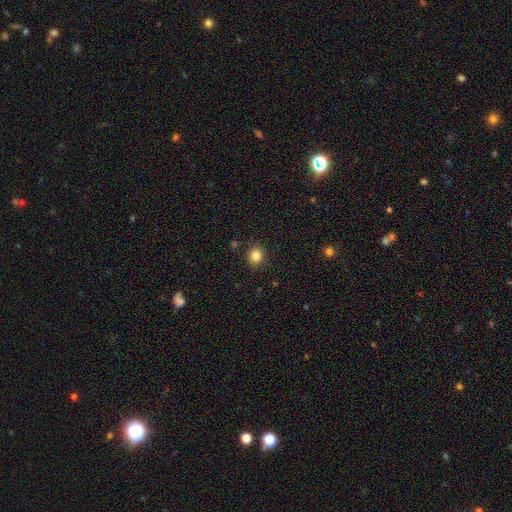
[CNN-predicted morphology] The model was most divided on "how rounded": round: 62%, in between: 38%, cigar-shaped: 1%. More confident: merging — none (88%); smooth or featured — smooth (83%).